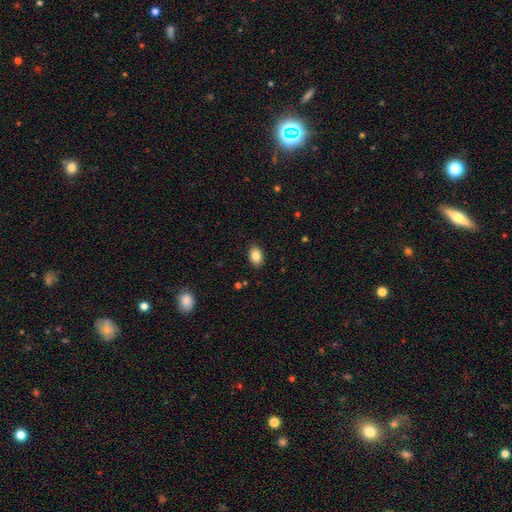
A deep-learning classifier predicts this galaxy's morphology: This appears to be a smooth galaxy with no disk features (85%) that is in between round and cigar-shaped (86%). Merging: none (88%).